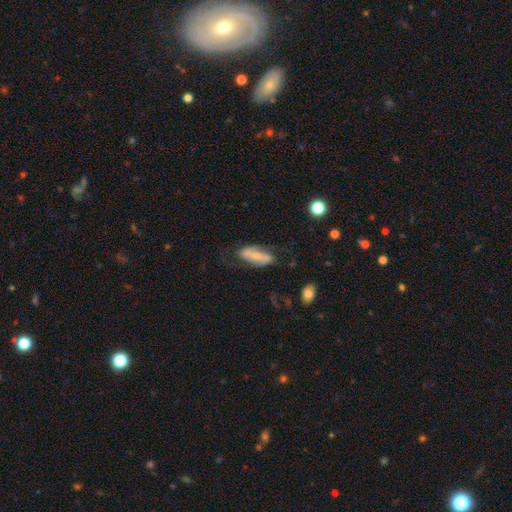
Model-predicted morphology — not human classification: smooth-or-featured: featured or disk: 60% | smooth: 33% | star or artifact: 7%
  disk-edge-on: no: 86% | yes: 14%
    bar: strong: 47% | weak: 27% | no: 26%
    has-spiral-arms: yes: 81% | no: 19%
    bulge-size: small: 57% | moderate: 30% | none: 8% | large: 3% | dominant: 2%
  merging: none: 61% | minor disturbance: 22% | major disturbance: 14% | merger: 3%